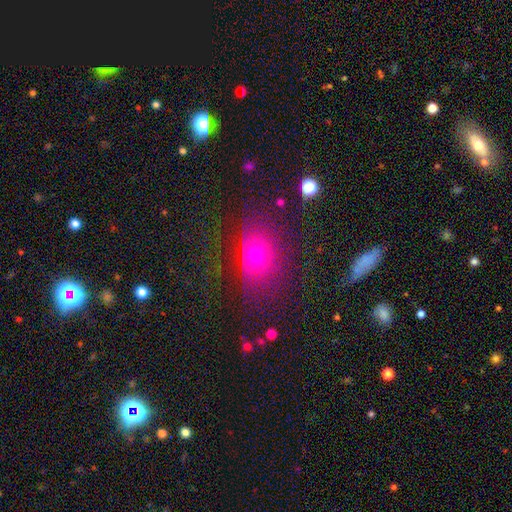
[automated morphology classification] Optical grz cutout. It shows a smooth galaxy with no disk features (63%) that is in between round and cigar-shaped (60%). Merging: none (64%).